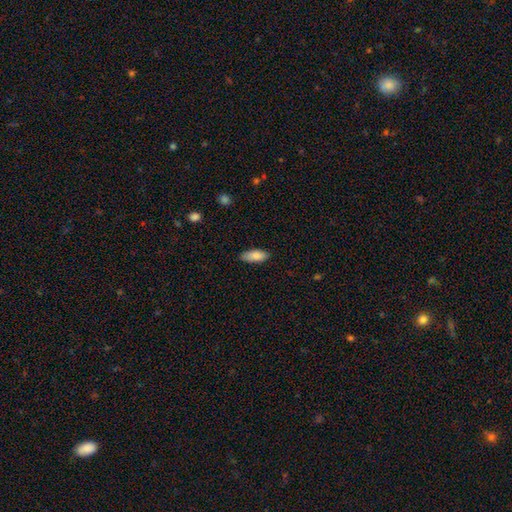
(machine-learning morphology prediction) Smooth or featured? Predicted: smooth (p=0.84). How rounded? Predicted: in between (p=0.83). Merging? Predicted: none (p=0.85).